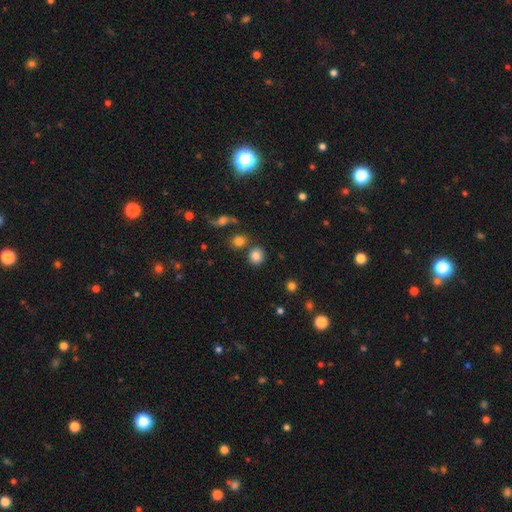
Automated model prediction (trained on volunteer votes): Overall: smooth (82%). How rounded: round (84%). Merging: none (79%).